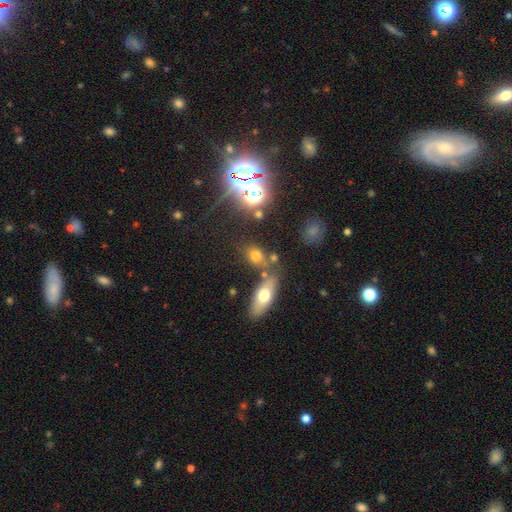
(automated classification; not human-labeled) This is likely a smooth galaxy (67%). How rounded: likely in between (60%). Merging: likely none (63%).